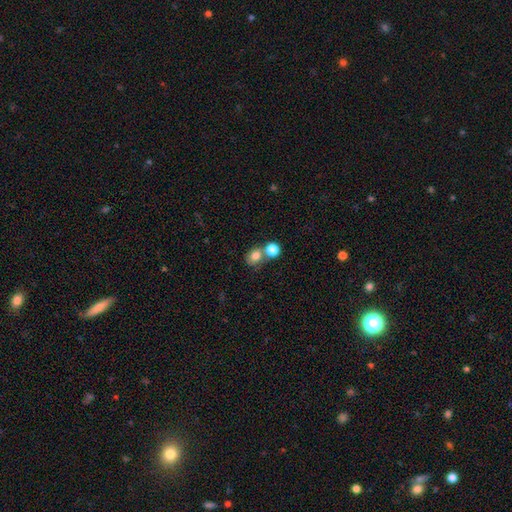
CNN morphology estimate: A smooth galaxy with no disk features (77%) that is round (68%).

Vote fractions:
- Smooth or featured? smooth: 77% / featured or disk: 12% / star or artifact: 11%
- How rounded? round: 68% / in between: 31% / cigar-shaped: 1%
- Merging? merger: 43% (tied) / none: 43% (tied) / minor disturbance: 10% / major disturbance: 5%